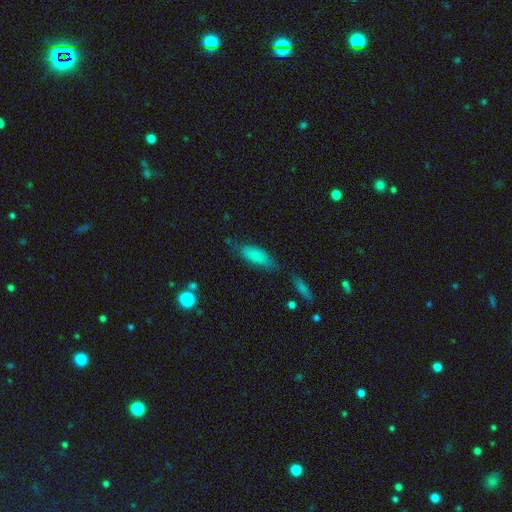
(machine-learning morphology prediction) Q: Smooth or featured?
A: smooth (77%); runner-up: featured or disk (15%)
Q: How rounded?
A: in between (65%); runner-up: cigar-shaped (33%)
Q: Merging?
A: none (61%); runner-up: minor disturbance (26%)